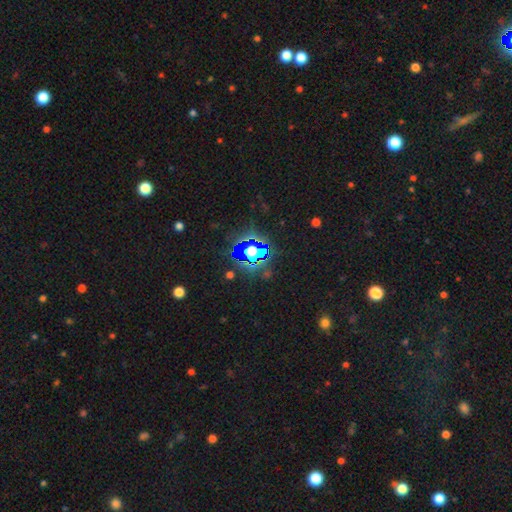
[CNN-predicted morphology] The model was most divided on "smooth or featured": star or artifact: 77%, smooth: 14%, featured or disk: 9%.